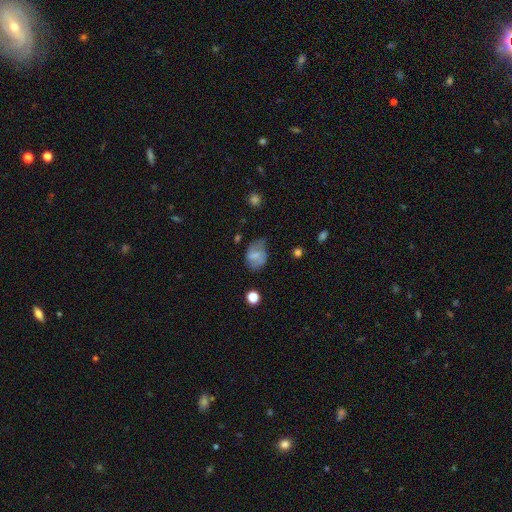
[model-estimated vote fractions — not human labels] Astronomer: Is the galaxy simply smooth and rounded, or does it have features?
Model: smooth — 52% (runner-up: featured or disk, 38%).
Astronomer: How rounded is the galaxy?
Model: in between — 70%.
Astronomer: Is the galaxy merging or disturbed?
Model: none — 51% (runner-up: minor disturbance, 31%).